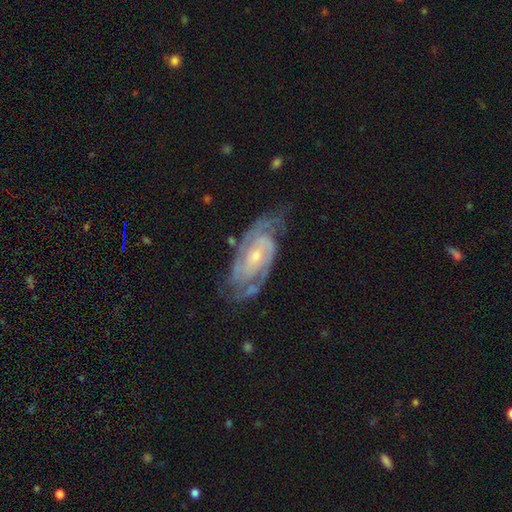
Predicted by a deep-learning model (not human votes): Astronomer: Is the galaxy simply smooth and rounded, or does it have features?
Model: featured or disk — 90%.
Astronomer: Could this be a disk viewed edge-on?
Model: no — 95%.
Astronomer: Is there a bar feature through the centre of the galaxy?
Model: no — 55% (runner-up: weak, 35%).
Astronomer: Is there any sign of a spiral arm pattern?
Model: yes — 97%.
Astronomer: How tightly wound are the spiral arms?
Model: tight — 62%.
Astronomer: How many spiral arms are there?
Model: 2 — 60%.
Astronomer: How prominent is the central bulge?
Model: small — 62%.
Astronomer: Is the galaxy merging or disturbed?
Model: none — 69%.